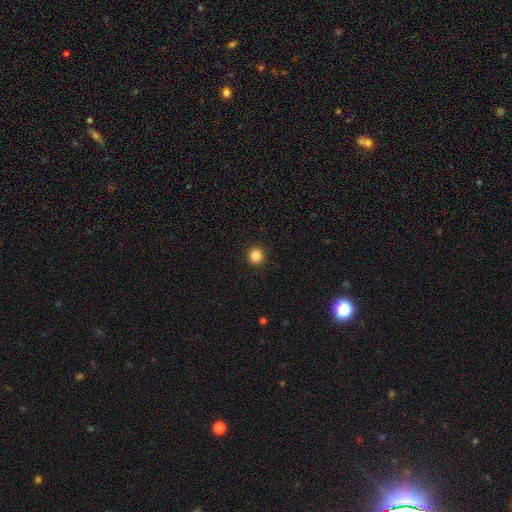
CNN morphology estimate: smooth 86%, star or artifact 11%, featured or disk 3%. Down the decision tree: how rounded — round (93%); merging — none (93%).